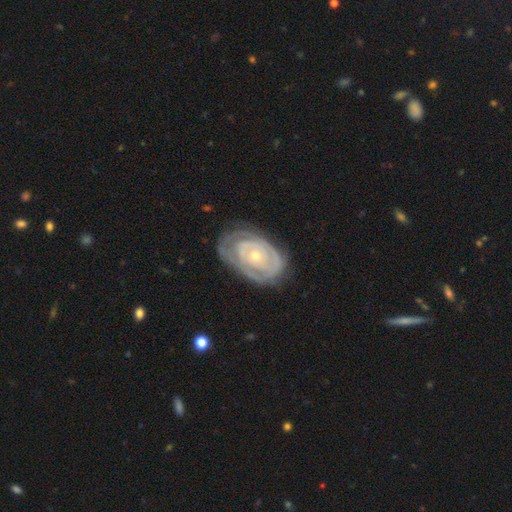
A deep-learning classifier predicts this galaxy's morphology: Smooth or featured? featured or disk (79%)
Edge-on disk? no (96%)
Bar? no (81%)
Spiral arms? yes (78%)
Spiral winding? tight (78%)
Spiral arm count? can't tell (50%)
Bulge size? small (67%)
Merging? none (65%)